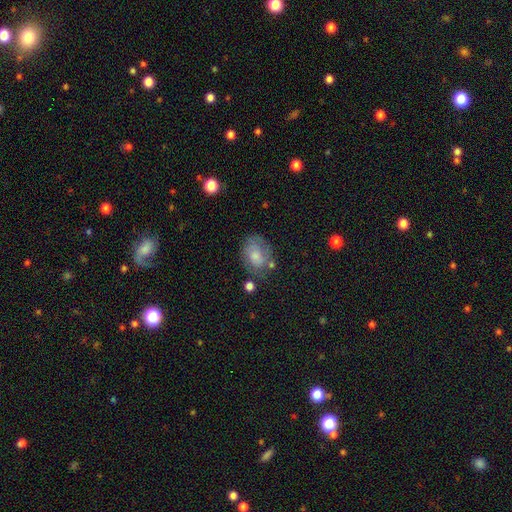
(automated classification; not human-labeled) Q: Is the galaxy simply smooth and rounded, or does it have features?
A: smooth — 53%.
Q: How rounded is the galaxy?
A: in between — 71%.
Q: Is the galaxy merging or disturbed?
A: none — 56%.